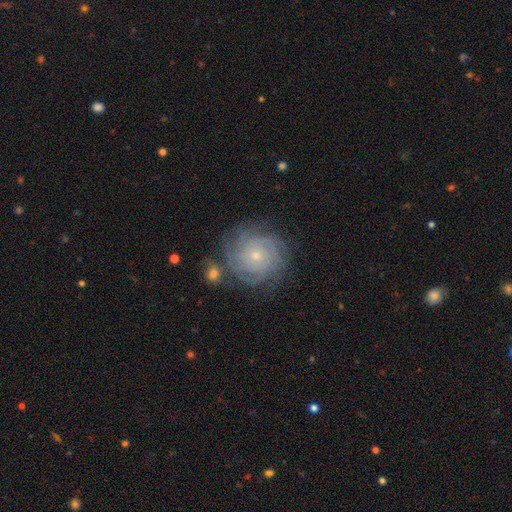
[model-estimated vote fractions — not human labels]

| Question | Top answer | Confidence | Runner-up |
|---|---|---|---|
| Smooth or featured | featured or disk | 79% | smooth (13%) |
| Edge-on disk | no | 98% | yes (2%) |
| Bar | no | 80% | weak (17%) |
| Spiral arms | yes | 96% | no (4%) |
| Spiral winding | tight | 81% | medium (15%) |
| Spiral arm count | can't tell | 33% | 4 (26%) |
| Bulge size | small | 75% | moderate (21%) |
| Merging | none | 76% | minor disturbance (14%) |